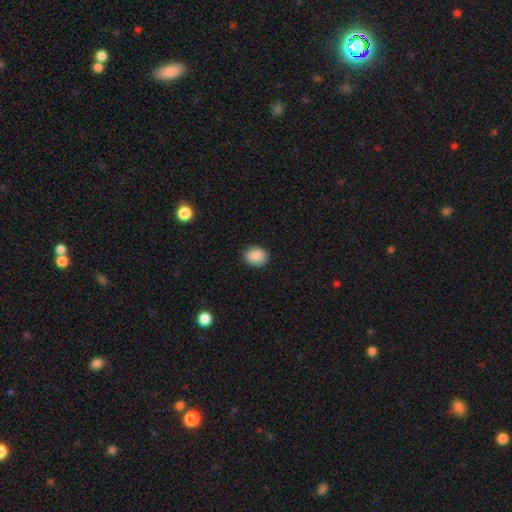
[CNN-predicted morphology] Smooth or featured? Predicted: smooth (p=0.88). How rounded? Predicted: in between (p=0.57). Merging? Predicted: none (p=0.86).